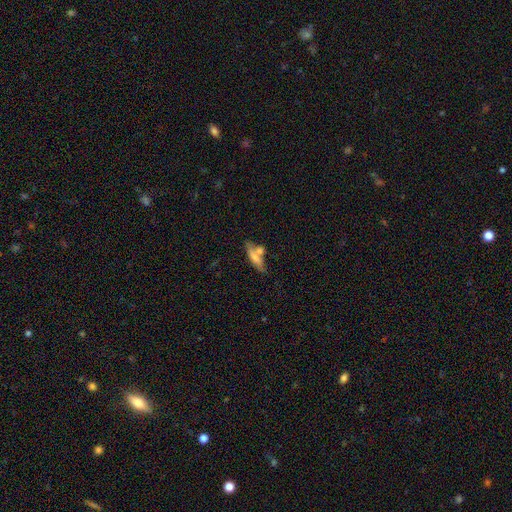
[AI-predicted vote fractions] smooth-or-featured: smooth: 64% | featured or disk: 28% | star or artifact: 8%
  how-rounded: cigar-shaped: 56% | in between: 40% | round: 4%
  merging: none: 45% | merger: 33% | minor disturbance: 16% | major disturbance: 7%